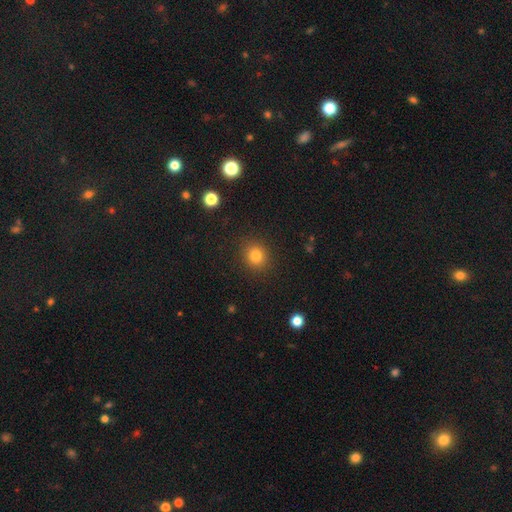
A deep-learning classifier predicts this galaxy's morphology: type=smooth (82%); roundness=round (86%); merging=none (90%).